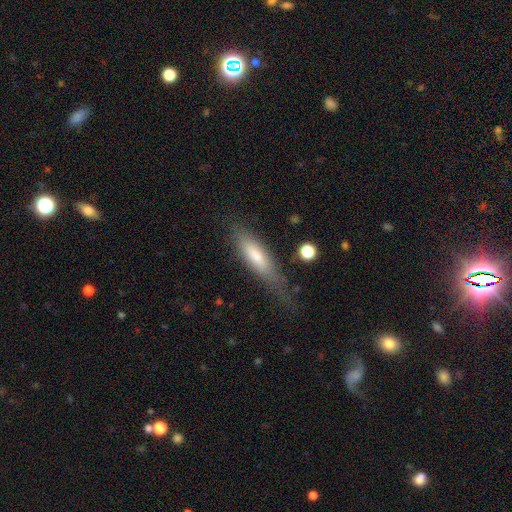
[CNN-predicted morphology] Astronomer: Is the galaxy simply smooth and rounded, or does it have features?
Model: smooth — 66%.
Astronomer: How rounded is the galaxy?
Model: cigar-shaped — 68%.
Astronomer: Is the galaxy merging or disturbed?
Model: none — 61%.